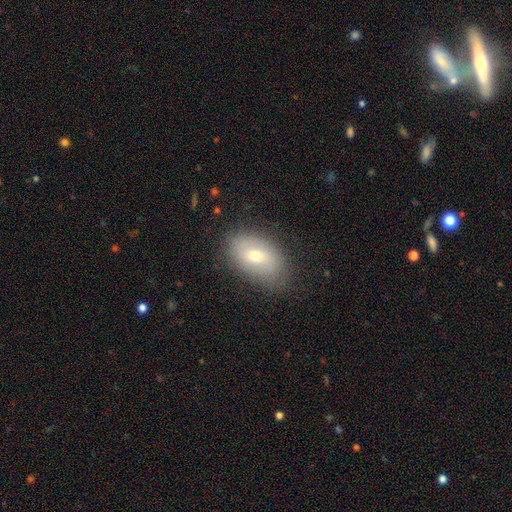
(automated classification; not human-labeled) This appears to be a smooth galaxy with no disk features (64%) that is in between round and cigar-shaped (90%). Merging: none (80%).